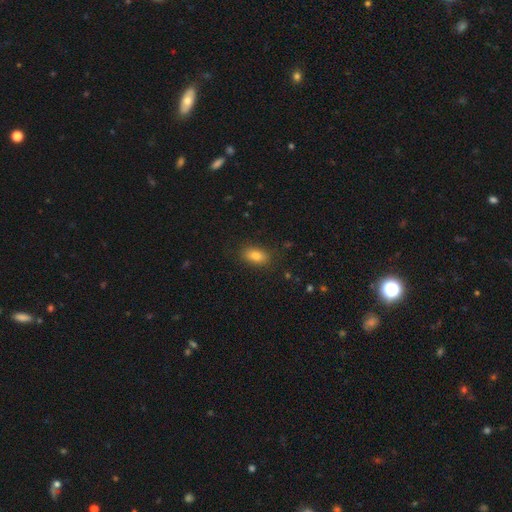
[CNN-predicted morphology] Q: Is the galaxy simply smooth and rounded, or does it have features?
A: smooth — 81%.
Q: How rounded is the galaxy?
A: in between — 87%.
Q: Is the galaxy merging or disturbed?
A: none — 85%.